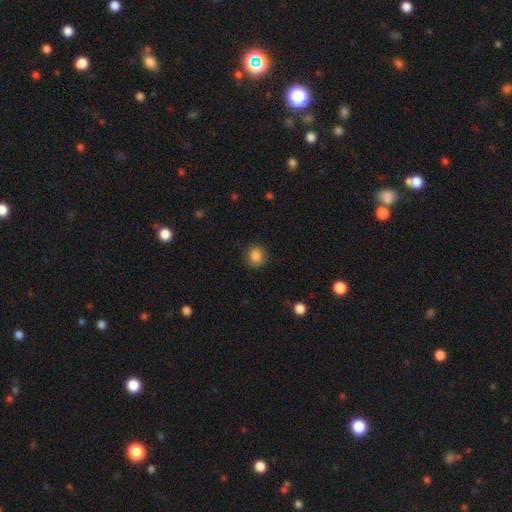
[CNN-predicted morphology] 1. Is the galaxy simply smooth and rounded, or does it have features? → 85% smooth, 10% star or artifact, 5% featured or disk.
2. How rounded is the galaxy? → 80% round, 19% in between, 1% cigar-shaped.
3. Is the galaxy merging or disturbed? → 87% none, 9% minor disturbance, 3% major disturbance, 1% merger.